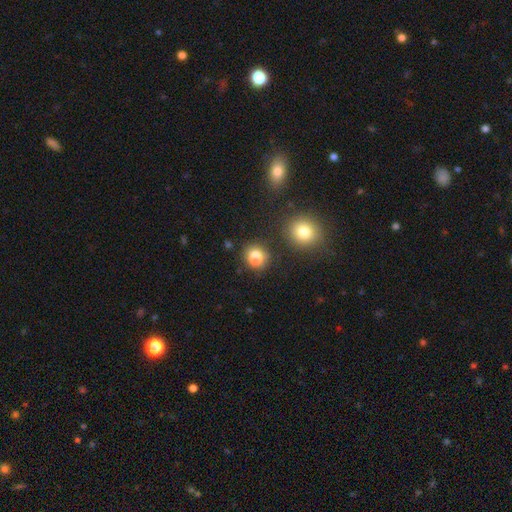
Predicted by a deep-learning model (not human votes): Smooth or featured? smooth (80%)
How rounded? round (75%)
Merging? none (70%)